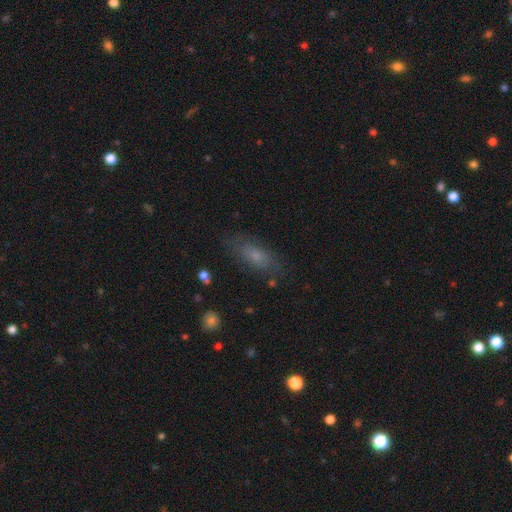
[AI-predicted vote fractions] Smooth or featured?
  - smooth: 58% *
  - featured or disk: 30%
  - star or artifact: 13%
How rounded?
  - in between: 76% *
  - cigar-shaped: 19%
  - round: 5%
Merging?
  - none: 76% *
  - minor disturbance: 16%
  - major disturbance: 6%
  - merger: 2%